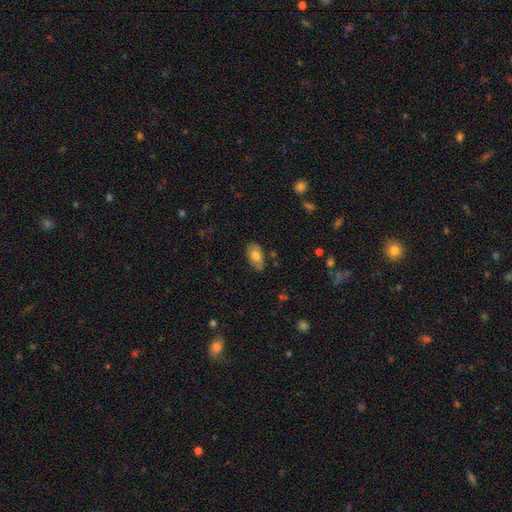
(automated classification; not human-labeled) A smooth galaxy with no disk features (73%) that is in between round and cigar-shaped (92%). Merging: none (74%).